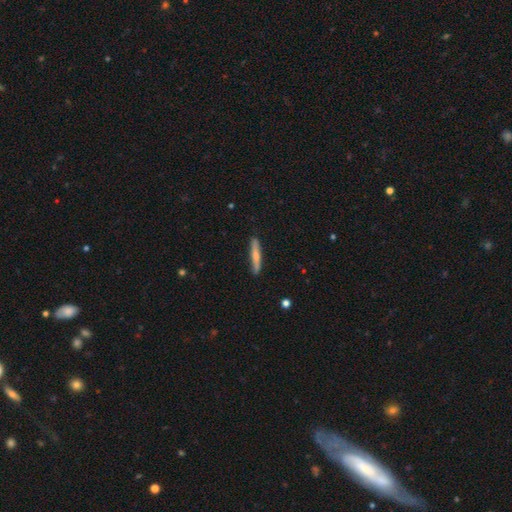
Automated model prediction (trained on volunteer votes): Smooth or featured?
  - smooth: 64% *
  - featured or disk: 31%
  - star or artifact: 5%
How rounded?
  - cigar-shaped: 93% *
  - in between: 5%
  - round: 1%
Merging?
  - none: 86% *
  - minor disturbance: 11%
  - major disturbance: 2%
  - merger: 1%